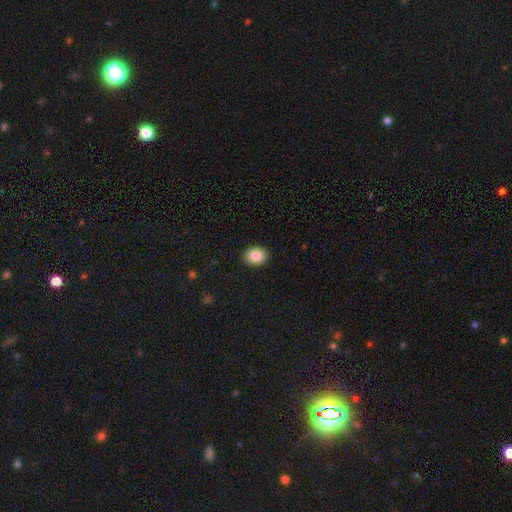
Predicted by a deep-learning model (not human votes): Q: Smooth or featured?
A: smooth (85%); runner-up: featured or disk (8%)
Q: How rounded?
A: in between (69%); runner-up: round (30%)
Q: Merging?
A: none (90%); runner-up: minor disturbance (8%)